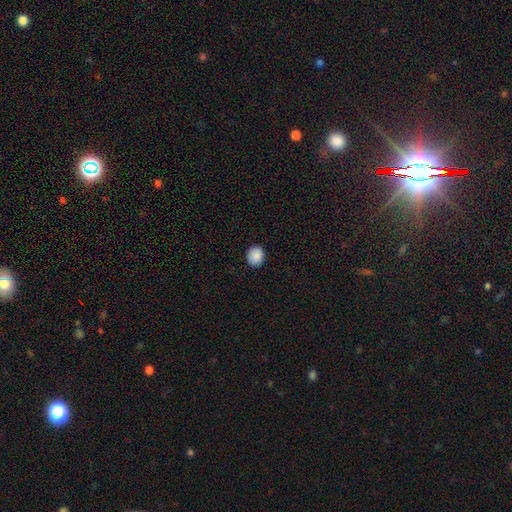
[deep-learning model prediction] Overall: smooth (89%). How rounded: round (64%; in between 35%). Merging: none (90%).